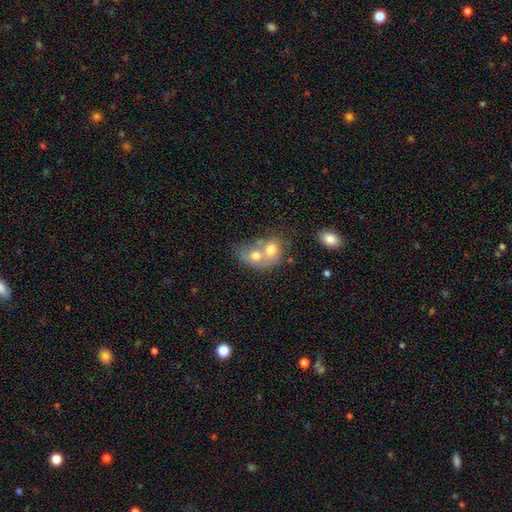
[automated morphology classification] This is likely a smooth galaxy (67%). How rounded: possibly in between (51%). Merging: likely merger (73%).